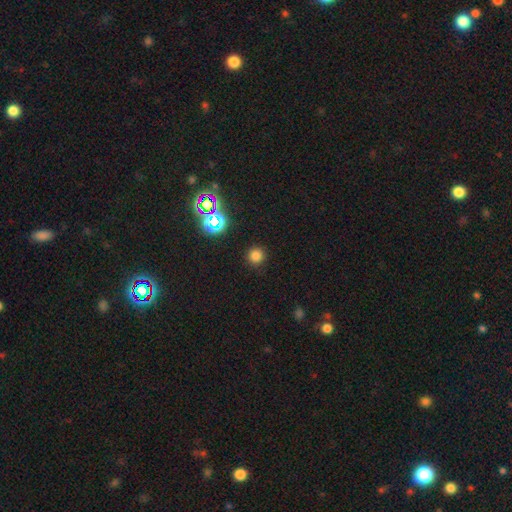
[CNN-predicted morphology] Q: Smooth or featured?
A: smooth (75%); runner-up: star or artifact (21%)
Q: How rounded?
A: round (94%); runner-up: in between (5%)
Q: Merging?
A: none (90%); runner-up: minor disturbance (6%)